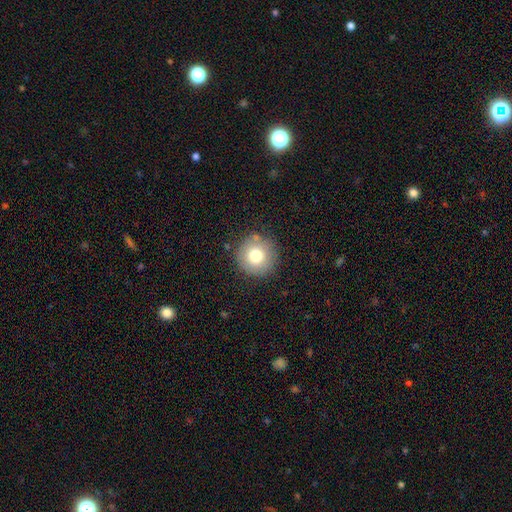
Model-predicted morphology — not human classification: A smooth galaxy with no disk features (76%) that is round (96%). Merging: none (86%).